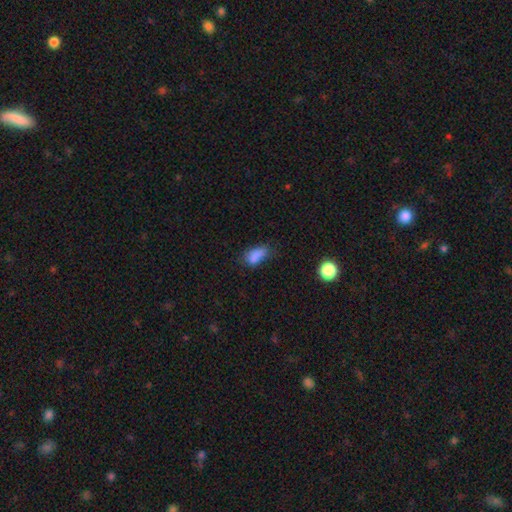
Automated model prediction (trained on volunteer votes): Q: Smooth or featured?
A: smooth (80%); runner-up: star or artifact (12%)
Q: How rounded?
A: in between (85%); runner-up: cigar-shaped (8%)
Q: Merging?
A: none (43%); runner-up: minor disturbance (34%)